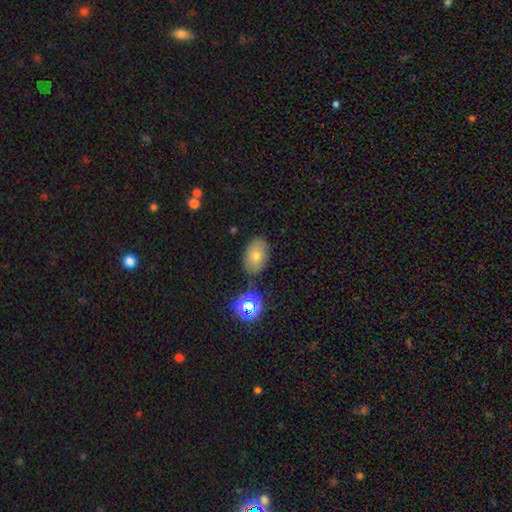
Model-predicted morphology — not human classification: A smooth galaxy with no disk features (74%) that is in between round and cigar-shaped (84%). Merging: none (75%).